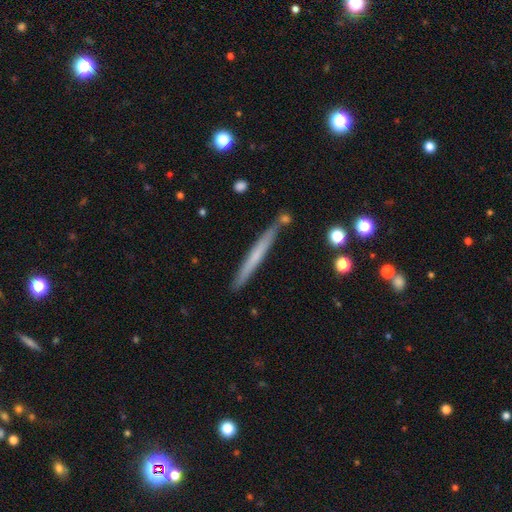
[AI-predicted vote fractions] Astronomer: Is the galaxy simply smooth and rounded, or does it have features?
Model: smooth — 52% (runner-up: featured or disk, 42%).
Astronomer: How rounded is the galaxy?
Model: cigar-shaped — 97%.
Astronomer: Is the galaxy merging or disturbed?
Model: none — 84%.